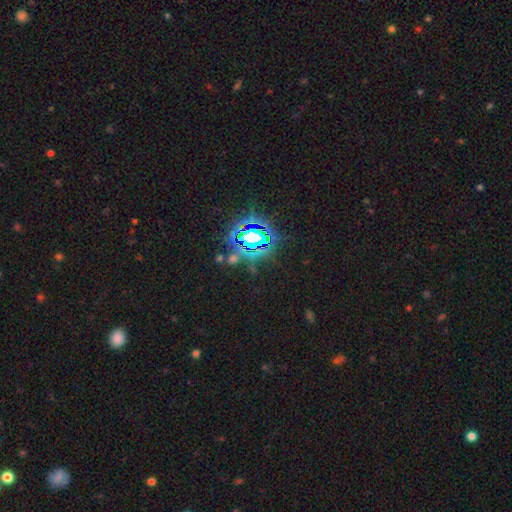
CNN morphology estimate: A star or artifact, not a galaxy (82%).